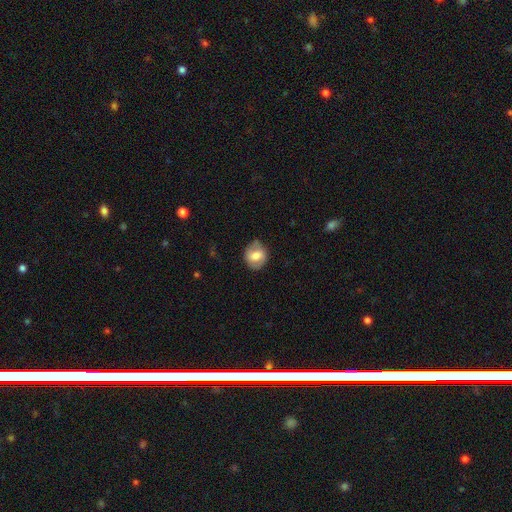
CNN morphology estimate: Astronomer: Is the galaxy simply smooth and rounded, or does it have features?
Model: smooth — 59% (runner-up: featured or disk, 34%).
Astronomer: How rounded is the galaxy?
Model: round — 69%.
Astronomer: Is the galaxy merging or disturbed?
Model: none — 74%.